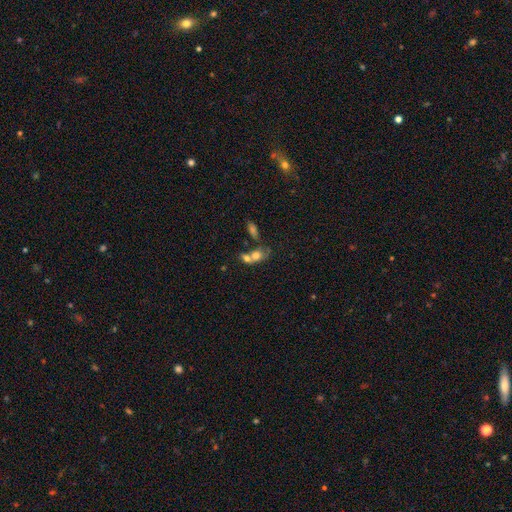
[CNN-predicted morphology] smooth-or-featured: smooth: 67% | featured or disk: 22% | star or artifact: 11%
  how-rounded: in between: 63% | round: 33% | cigar-shaped: 4%
  merging: merger: 60% | none: 24% | minor disturbance: 10% | major disturbance: 7%